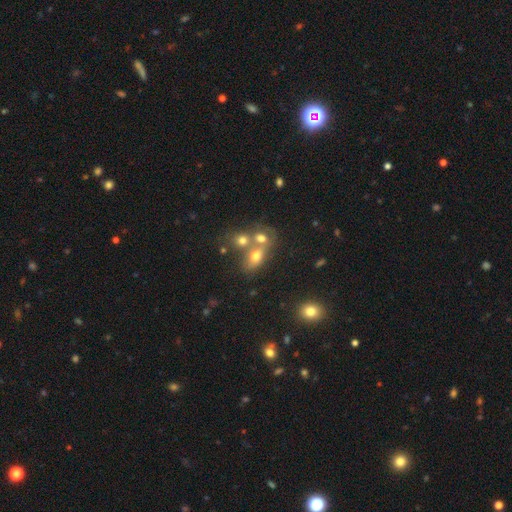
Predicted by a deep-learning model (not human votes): Smooth or featured? Predicted: smooth (p=0.63). How rounded? Predicted: in between (p=0.63). Merging? Predicted: merger (p=0.54).